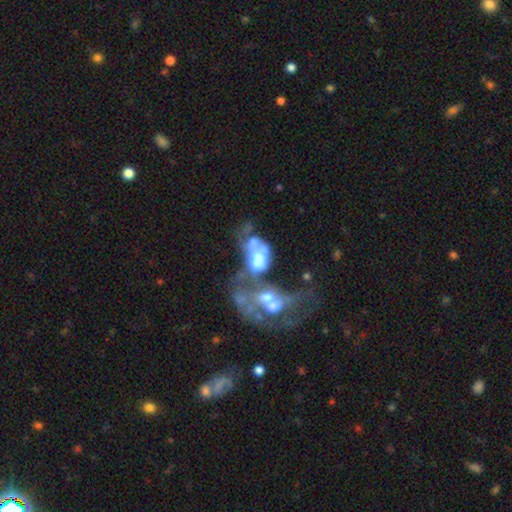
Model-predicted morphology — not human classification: Smooth or featured?
  - featured or disk: 56% *
  - smooth: 31%
  - star or artifact: 13%
Edge-on disk?
  - no: 97% *
  - yes: 3%
Bar?
  - no: 87% *
  - weak: 9%
  - strong: 4%
Spiral arms?
  - no: 89% *
  - yes: 11%
Bulge size?
  - none: 28% * (tied)
  - moderate: 28% * (tied)
  - large: 27%
  - small: 9%
  - dominant: 7%
Merging?
  - merger: 62% *
  - major disturbance: 22%
  - none: 9%
  - minor disturbance: 6%